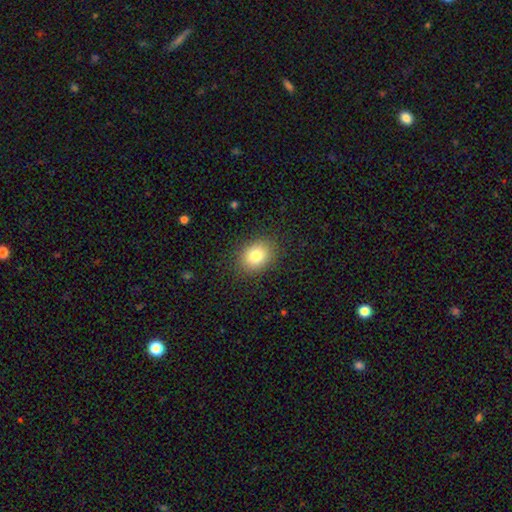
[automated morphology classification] Smooth or featured: smooth — 81% (star or artifact — 10%)
How rounded: in between — 54% (round — 45%)
Merging: none — 87% (minor disturbance — 9%)